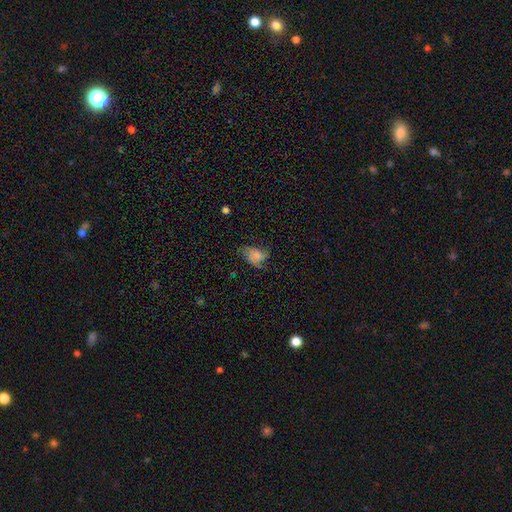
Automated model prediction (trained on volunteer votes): smooth_or_featured: smooth (p=0.55) [alt: featured or disk p=0.33]
how_rounded: in between (p=0.78) [alt: round p=0.20]
merging: none (p=0.42) [alt: minor disturbance p=0.29]